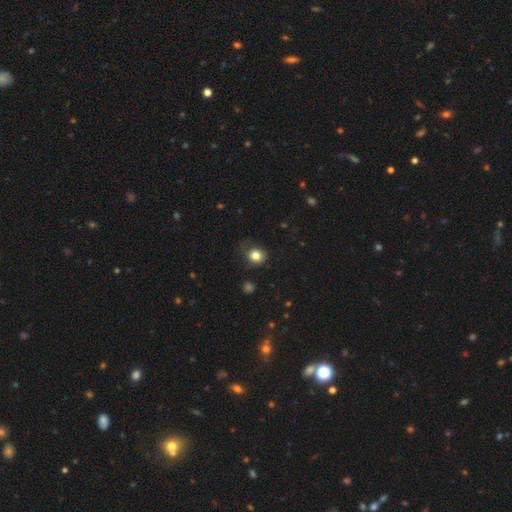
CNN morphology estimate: type=smooth (81%); roundness=round (81%); merging=none (73%).